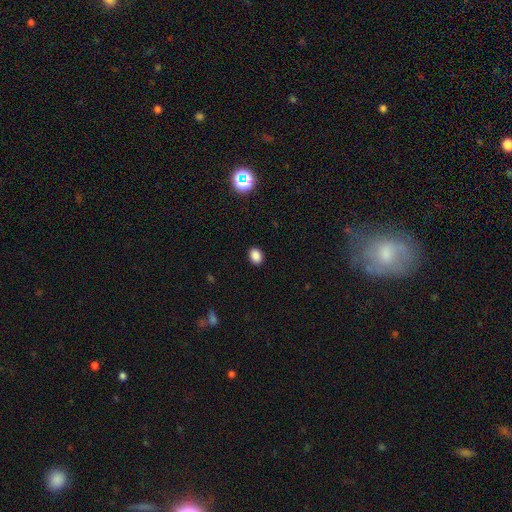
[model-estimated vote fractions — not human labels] A smooth galaxy with no disk features (86%) that is in between round and cigar-shaped (70%).

Vote fractions:
- Smooth or featured? smooth: 86% / star or artifact: 10% / featured or disk: 3%
- How rounded? in between: 70% / round: 28% / cigar-shaped: 1%
- Merging? none: 90% / minor disturbance: 7% / major disturbance: 2% / merger: 1%